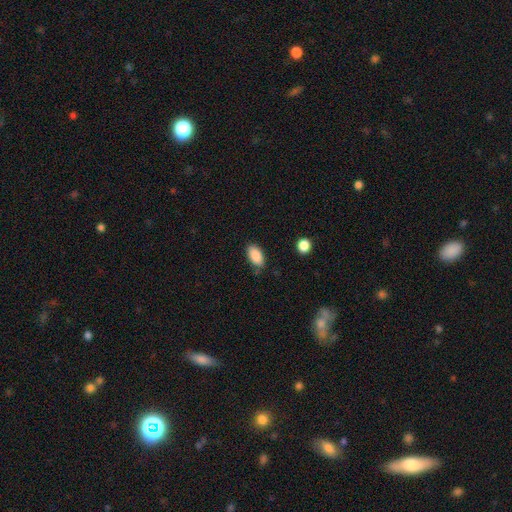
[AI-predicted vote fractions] smooth 88%, star or artifact 7%, featured or disk 5%. Down the decision tree: how rounded — in between (93%); merging — none (81%).